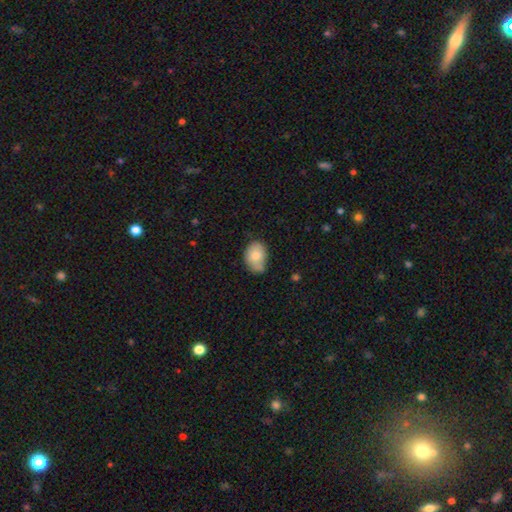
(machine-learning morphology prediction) Smooth or featured? Predicted: smooth (p=0.79). How rounded? Predicted: in between (p=0.70). Merging? Predicted: none (p=0.49).